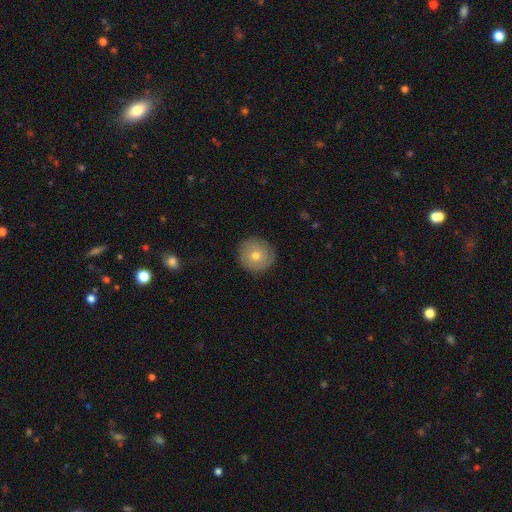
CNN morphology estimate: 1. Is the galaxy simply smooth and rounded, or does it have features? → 66% smooth, 25% featured or disk, 9% star or artifact.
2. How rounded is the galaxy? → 95% round, 4% in between, 1% cigar-shaped.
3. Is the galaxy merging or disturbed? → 88% none, 9% minor disturbance, 2% major disturbance, 1% merger.